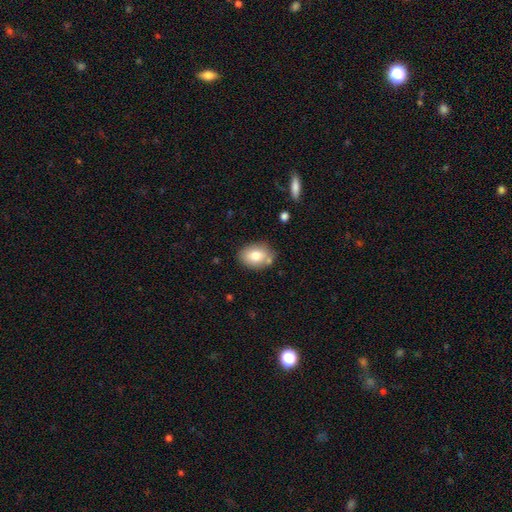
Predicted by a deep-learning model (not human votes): Overall: smooth (78%). How rounded: in between (76%). Merging: none (77%).